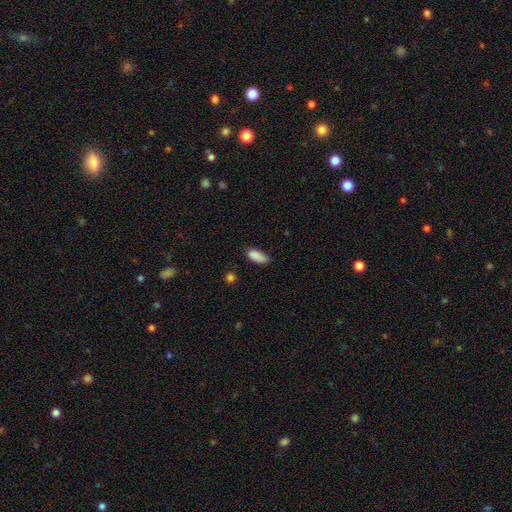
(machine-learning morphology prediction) A smooth galaxy with no disk features (88%) that is in between round and cigar-shaped (83%).

Vote fractions:
- Smooth or featured? smooth: 88% / star or artifact: 8% / featured or disk: 4%
- How rounded? in between: 83% / cigar-shaped: 15% / round: 2%
- Merging? none: 72% / minor disturbance: 22% / major disturbance: 4% / merger: 2%